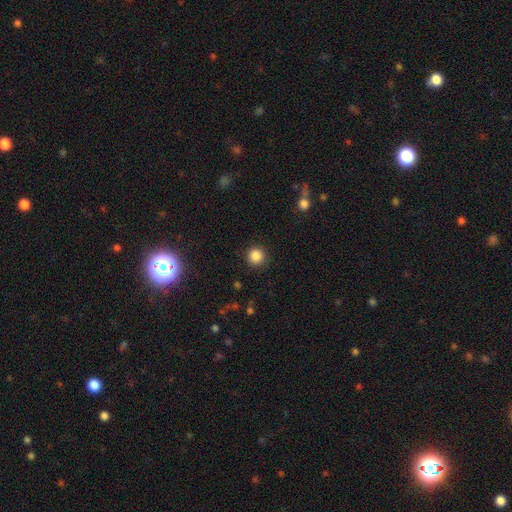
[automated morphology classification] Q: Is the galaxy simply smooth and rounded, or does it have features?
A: smooth — 85%.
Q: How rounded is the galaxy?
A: round — 95%.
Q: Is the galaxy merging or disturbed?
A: none — 90%.